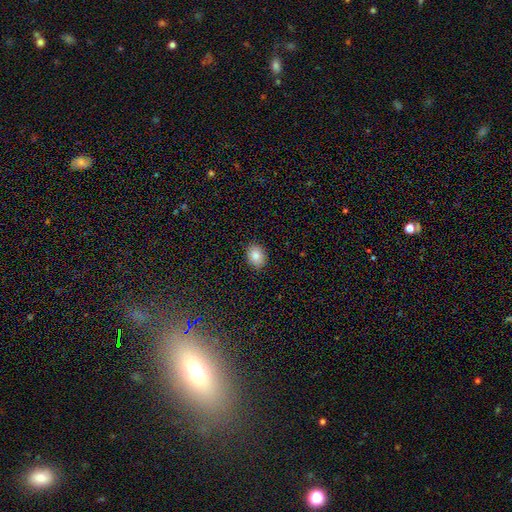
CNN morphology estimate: Smooth or featured?
  - smooth: 84% *
  - star or artifact: 9%
  - featured or disk: 7%
How rounded?
  - in between: 65% *
  - round: 34%
  - cigar-shaped: 1%
Merging?
  - none: 88% *
  - minor disturbance: 9%
  - major disturbance: 2%
  - merger: 1%